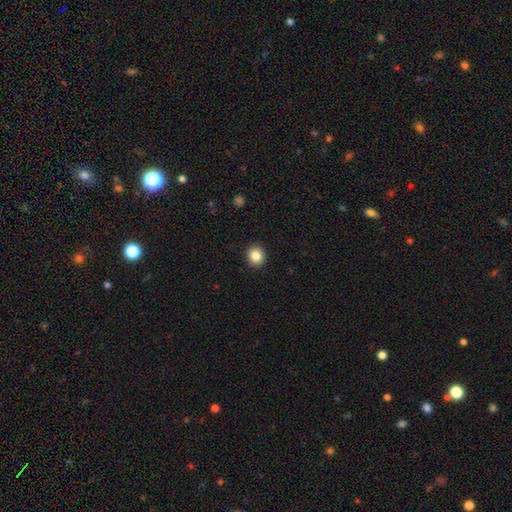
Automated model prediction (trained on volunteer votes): Smooth or featured: smooth — 85% (star or artifact — 10%)
How rounded: round — 80% (in between — 19%)
Merging: none — 92% (minor disturbance — 5%)